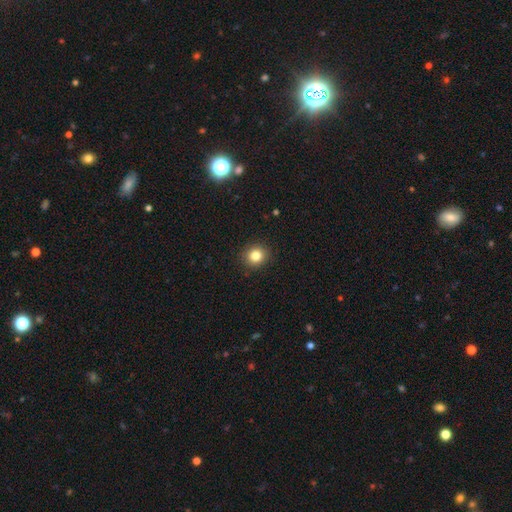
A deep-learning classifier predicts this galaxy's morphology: smooth_or_featured: smooth (p=0.83) [alt: star or artifact p=0.11]
how_rounded: round (p=0.86) [alt: in between p=0.13]
merging: none (p=0.91) [alt: minor disturbance p=0.06]